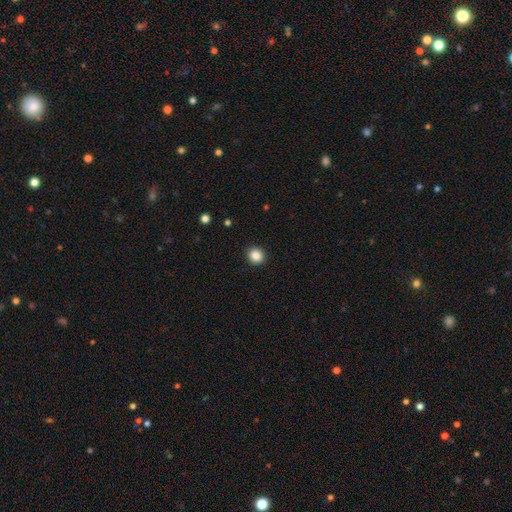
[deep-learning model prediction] This is clearly a smooth galaxy (86%). How rounded: clearly round (87%). Merging: clearly none (92%).